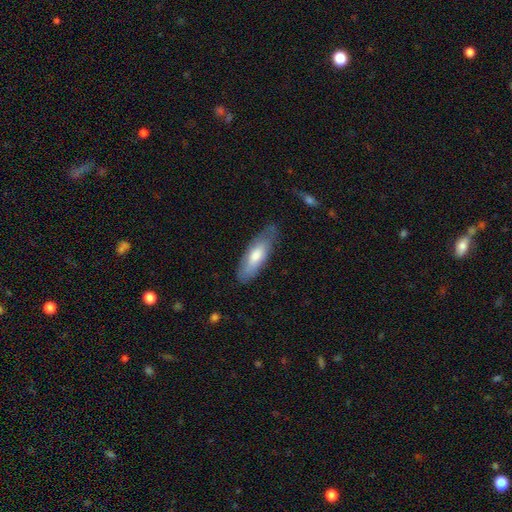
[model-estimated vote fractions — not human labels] smooth 68%, featured or disk 26%, star or artifact 5%. Down the decision tree: how rounded — in between (60%); merging — none (71%).